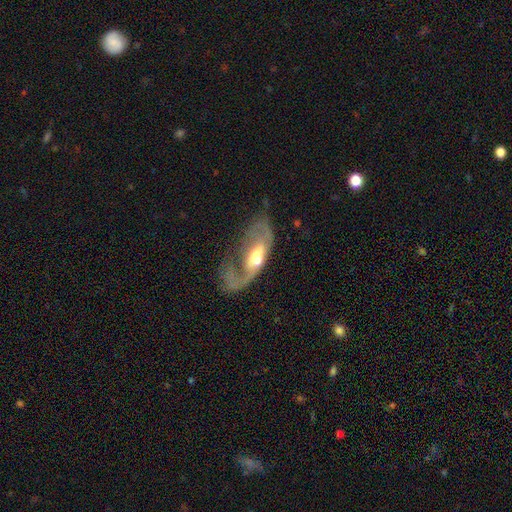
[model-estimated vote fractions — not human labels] Smooth or featured: featured or disk — 75% (smooth — 19%)
Edge-on disk: no — 92% (yes — 8%)
Bar: no — 44% (weak — 40%)
Spiral arms: yes — 79% (no — 21%)
Spiral winding: loose — 54% (medium — 33%)
Spiral arm count: 1 — 49% (2 — 37%)
Bulge size: moderate — 63% (small — 18%)
Merging: major disturbance — 47% (none — 28%)